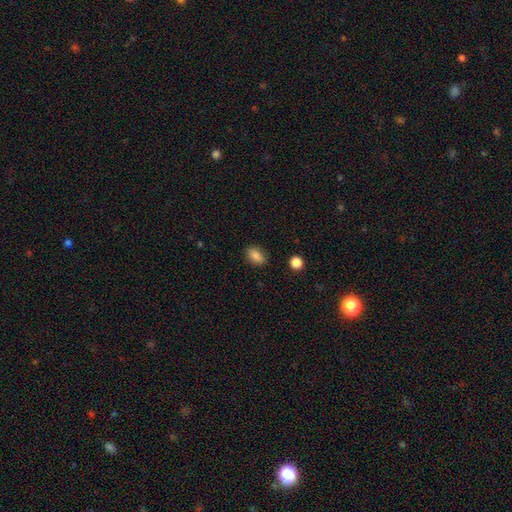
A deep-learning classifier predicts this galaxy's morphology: type=smooth (84%); roundness=in between (82%); merging=none (85%).